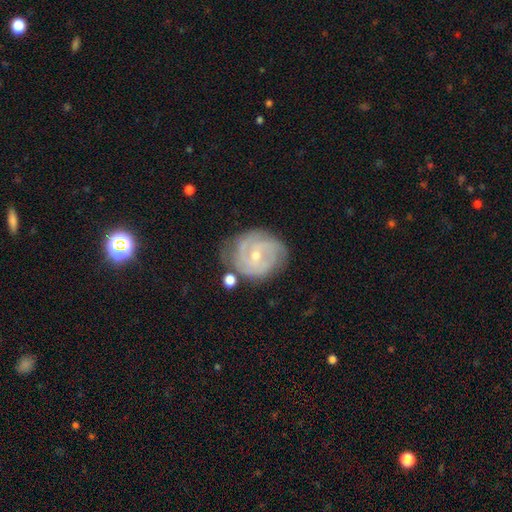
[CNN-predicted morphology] smooth-or-featured: featured or disk: 81% | smooth: 12% | star or artifact: 7%
  disk-edge-on: no: 97% | yes: 3%
    bar: no: 53% | weak: 39% | strong: 9%
    has-spiral-arms: yes: 94% | no: 6%
      spiral-winding: tight: 63% | medium: 30% | loose: 7%
      spiral-arm-count: 2: 32% | 3: 28% | can't tell: 24% | 4: 8% | 1: 4% | more than 4: 4%
    bulge-size: small: 65% | moderate: 32% | none: 1% | large: 1% | dominant: 1%
  merging: none: 69% | minor disturbance: 21% | major disturbance: 7% | merger: 4%